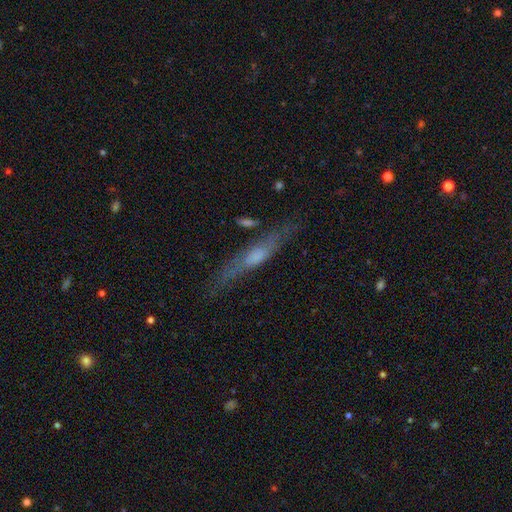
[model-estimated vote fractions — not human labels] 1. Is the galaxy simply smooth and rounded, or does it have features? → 61% featured or disk, 31% smooth, 9% star or artifact.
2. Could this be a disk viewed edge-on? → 84% yes, 16% no.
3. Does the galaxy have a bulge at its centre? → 54% rounded, 26% none, 20% boxy.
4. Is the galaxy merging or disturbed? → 74% none, 16% minor disturbance, 6% major disturbance, 3% merger.